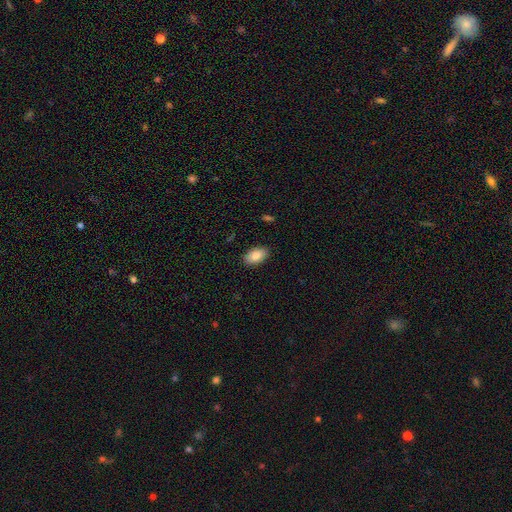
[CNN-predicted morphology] This is clearly a smooth galaxy (87%). How rounded: clearly in between (93%). Merging: clearly none (88%).